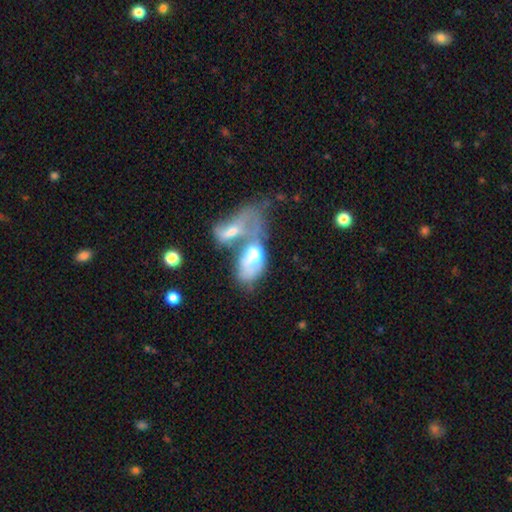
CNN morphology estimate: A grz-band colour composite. It shows a featured or disk galaxy (46%). Merging: merger (72%).